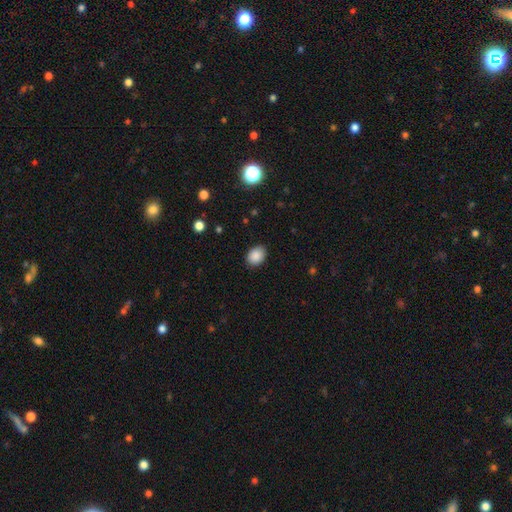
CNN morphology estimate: Smooth or featured: smooth — 88% (star or artifact — 8%)
How rounded: in between — 66% (round — 33%)
Merging: none — 87% (minor disturbance — 10%)